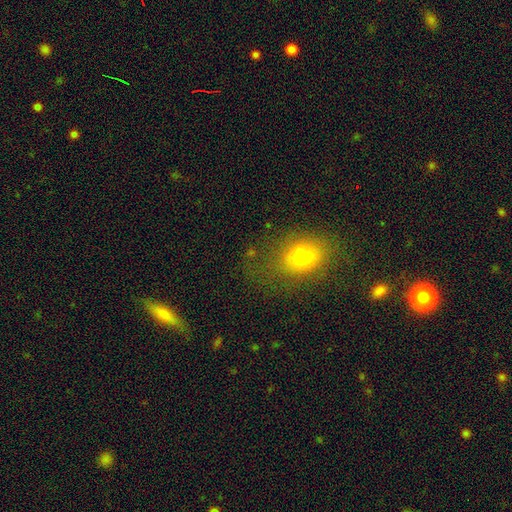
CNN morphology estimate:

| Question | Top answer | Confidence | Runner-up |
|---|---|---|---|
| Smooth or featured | smooth | 65% | star or artifact (20%) |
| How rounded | in between | 58% | round (39%) |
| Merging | none | 71% | minor disturbance (18%) |